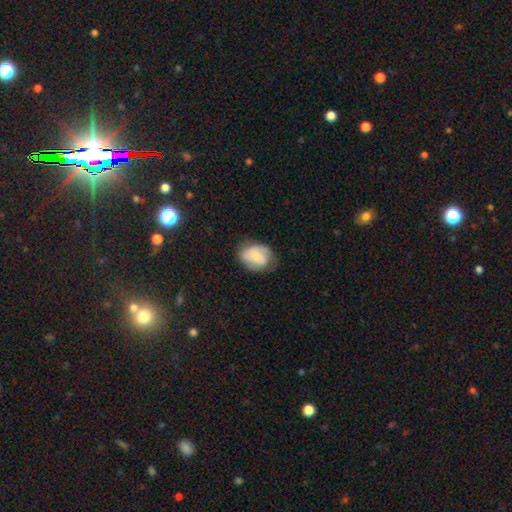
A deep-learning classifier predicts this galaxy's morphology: Smooth or featured? smooth (66%)
How rounded? in between (66%)
Merging? none (62%)